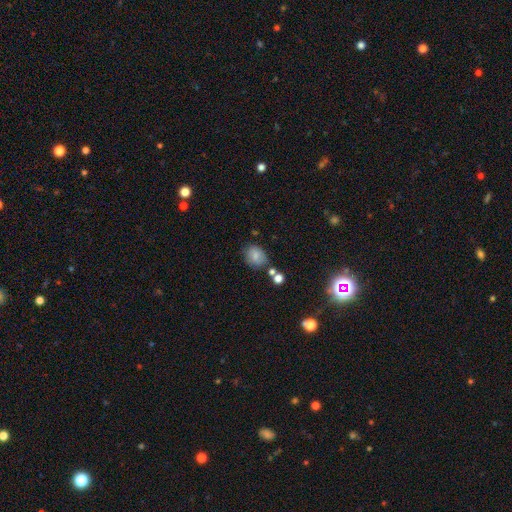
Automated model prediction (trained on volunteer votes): smooth_or_featured: smooth (p=0.77) [alt: star or artifact p=0.12]
how_rounded: in between (p=0.55) [alt: round p=0.44]
merging: none (p=0.67) [alt: minor disturbance p=0.19]